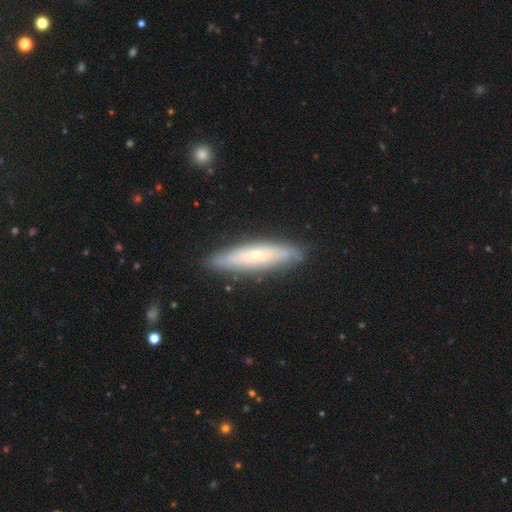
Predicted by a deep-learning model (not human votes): Q: Smooth or featured?
A: featured or disk (54%); runner-up: smooth (40%)
Q: Edge-on disk?
A: yes (56%); runner-up: no (44%)
Q: Merging?
A: none (84%); runner-up: minor disturbance (12%)